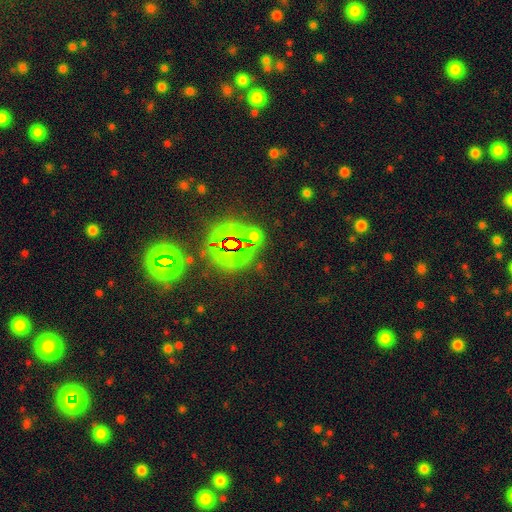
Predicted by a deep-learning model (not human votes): smooth-or-featured: star or artifact: 78% | smooth: 14% | featured or disk: 8%